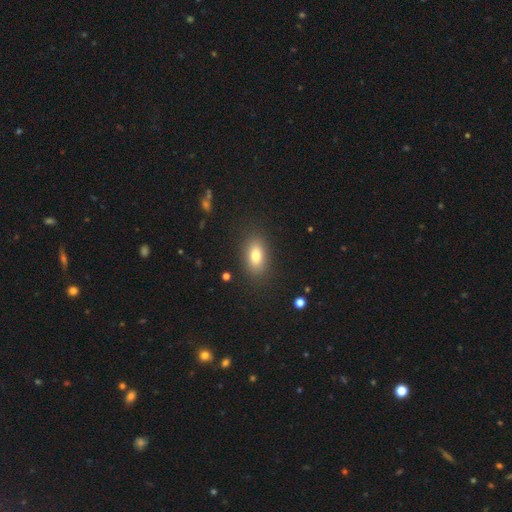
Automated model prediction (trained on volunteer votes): Morphology: type=smooth (80%); roundness=in between (87%); merging=none (86%).